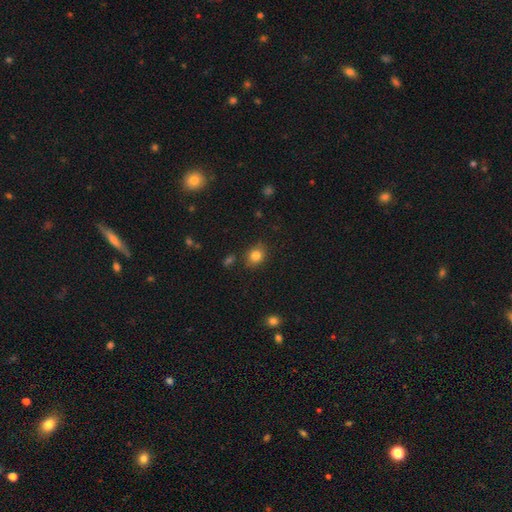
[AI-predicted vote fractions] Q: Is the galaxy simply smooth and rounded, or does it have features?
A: smooth — 81%.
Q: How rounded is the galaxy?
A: round — 57%.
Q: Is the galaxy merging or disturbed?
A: none — 82%.